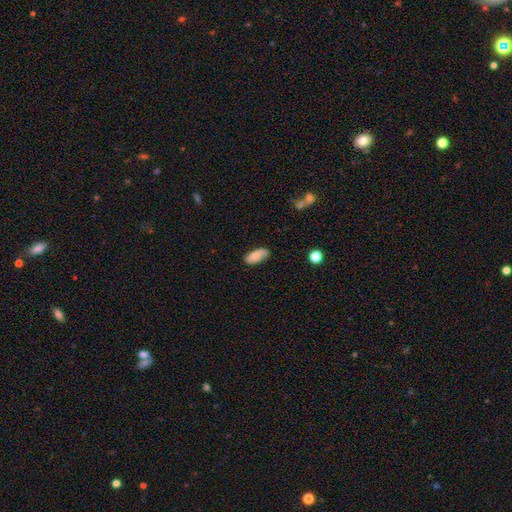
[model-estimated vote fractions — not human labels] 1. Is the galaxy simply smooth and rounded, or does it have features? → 78% smooth, 15% featured or disk, 8% star or artifact.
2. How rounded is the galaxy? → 89% in between, 9% cigar-shaped, 2% round.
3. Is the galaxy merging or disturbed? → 69% none, 23% minor disturbance, 6% major disturbance, 2% merger.